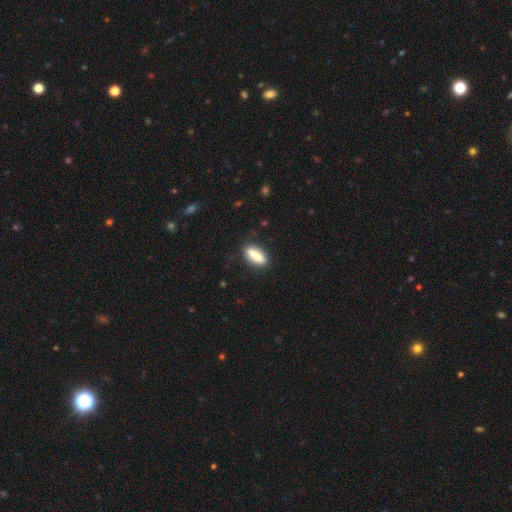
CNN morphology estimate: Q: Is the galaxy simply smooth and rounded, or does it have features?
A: smooth — 78%.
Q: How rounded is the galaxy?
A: in between — 61%.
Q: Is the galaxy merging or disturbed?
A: none — 79%.